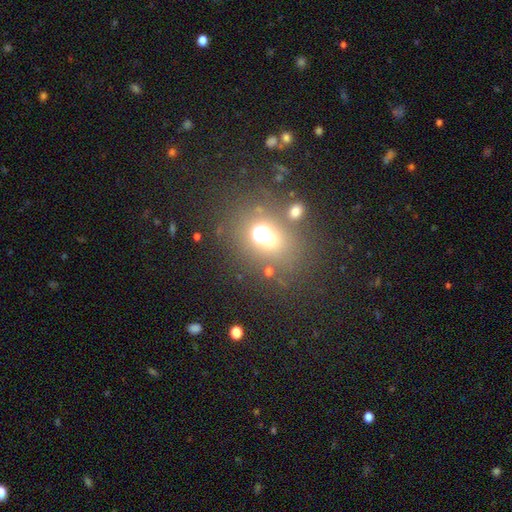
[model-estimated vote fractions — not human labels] Smooth or featured? smooth (52%)
How rounded? in between (55%)
Merging? none (75%)